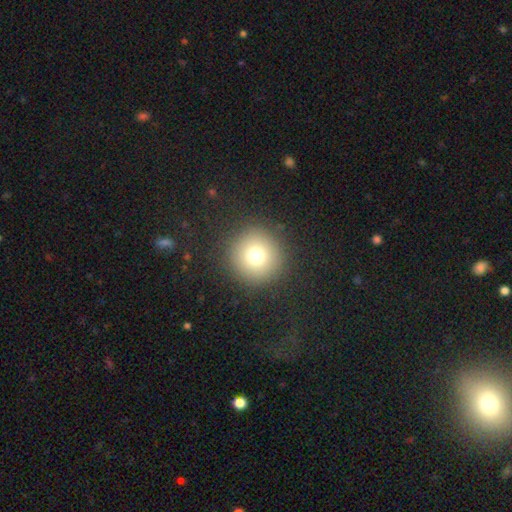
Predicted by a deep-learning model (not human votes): This is likely a smooth galaxy (75%). How rounded: clearly round (95%). Merging: clearly none (90%).